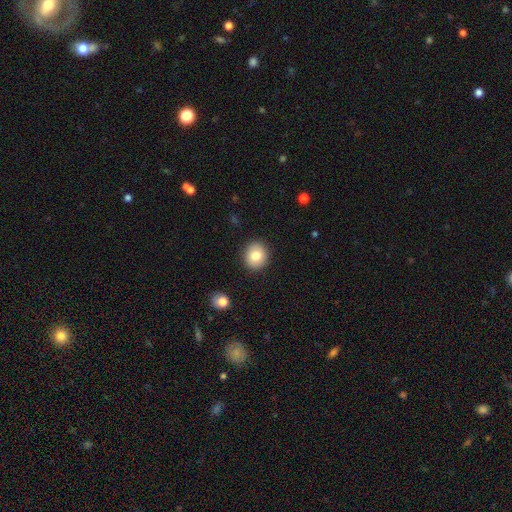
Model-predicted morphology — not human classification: smooth-or-featured: smooth: 79% | featured or disk: 11% | star or artifact: 9%
  how-rounded: round: 83% | in between: 16% | cigar-shaped: 1%
  merging: none: 90% | minor disturbance: 6% | major disturbance: 2% | merger: 1%